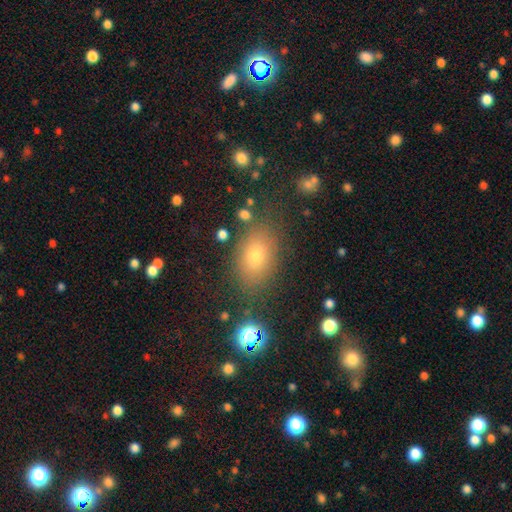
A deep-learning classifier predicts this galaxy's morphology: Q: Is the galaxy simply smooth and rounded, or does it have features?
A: smooth — 73%.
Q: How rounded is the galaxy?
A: in between — 80%.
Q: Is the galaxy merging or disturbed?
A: none — 79%.